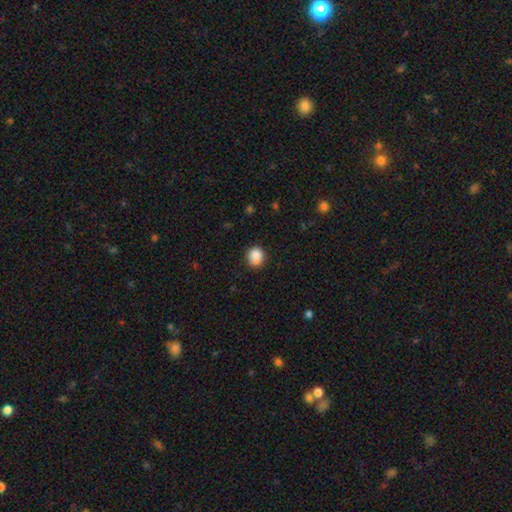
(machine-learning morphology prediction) Overall: smooth (84%). How rounded: round (76%). Merging: none (68%).